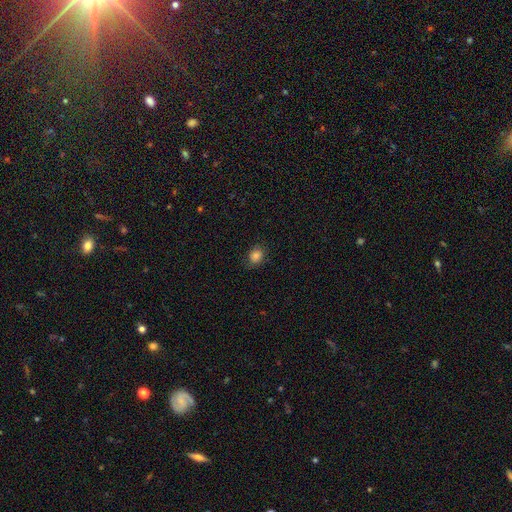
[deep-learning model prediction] This appears to be a smooth galaxy with no disk features (82%) that is round (50%). Merging: none (77%).